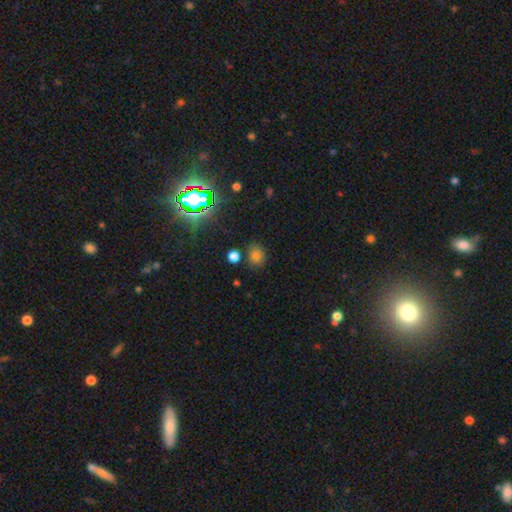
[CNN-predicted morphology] Overall: smooth (69%). How rounded: round (66%; in between 33%). Merging: none (77%).